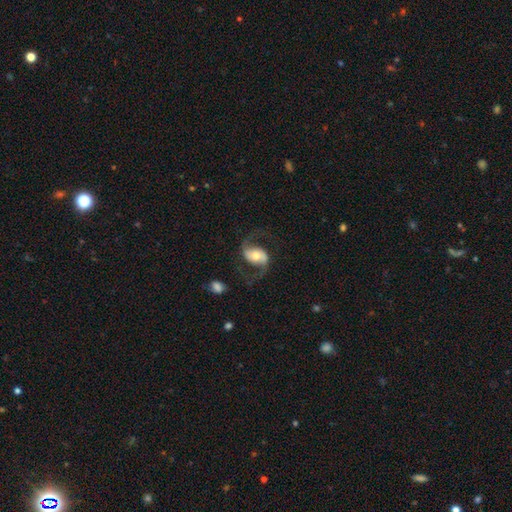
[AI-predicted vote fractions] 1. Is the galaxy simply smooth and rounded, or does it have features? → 82% featured or disk, 12% smooth, 6% star or artifact.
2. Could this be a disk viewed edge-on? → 97% no, 3% yes.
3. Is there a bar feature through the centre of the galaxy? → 42% no, 32% weak, 26% strong.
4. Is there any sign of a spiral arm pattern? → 94% yes, 6% no.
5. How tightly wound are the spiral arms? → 60% loose, 33% medium, 7% tight.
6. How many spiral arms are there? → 93% 2, 2% 1, 2% can't tell, 1% 3, 1% 4, 1% more than 4.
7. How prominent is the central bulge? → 68% moderate, 16% small, 13% large, 2% dominant, 1% none.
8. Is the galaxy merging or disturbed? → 71% none, 14% minor disturbance, 13% major disturbance, 2% merger.